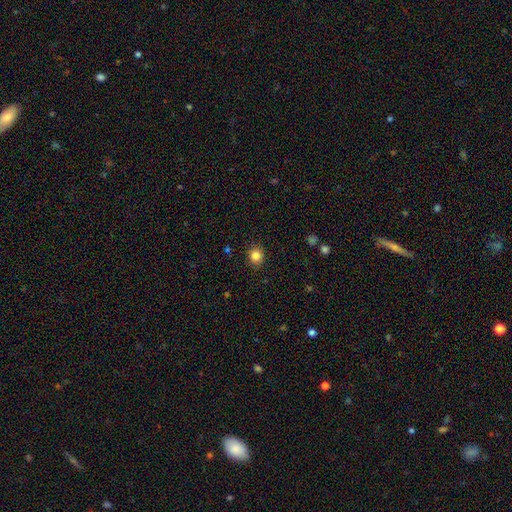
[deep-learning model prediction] Q: Smooth or featured?
A: smooth (84%); runner-up: star or artifact (11%)
Q: How rounded?
A: round (78%); runner-up: in between (21%)
Q: Merging?
A: none (89%); runner-up: minor disturbance (8%)